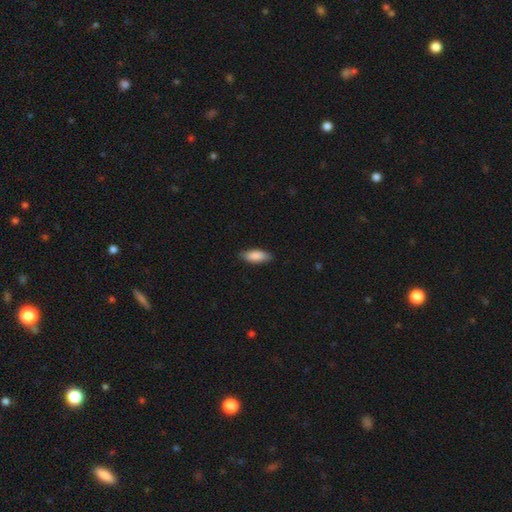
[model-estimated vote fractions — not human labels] Q: Smooth or featured?
A: smooth (87%); runner-up: featured or disk (7%)
Q: How rounded?
A: in between (78%); runner-up: cigar-shaped (20%)
Q: Merging?
A: none (85%); runner-up: minor disturbance (12%)